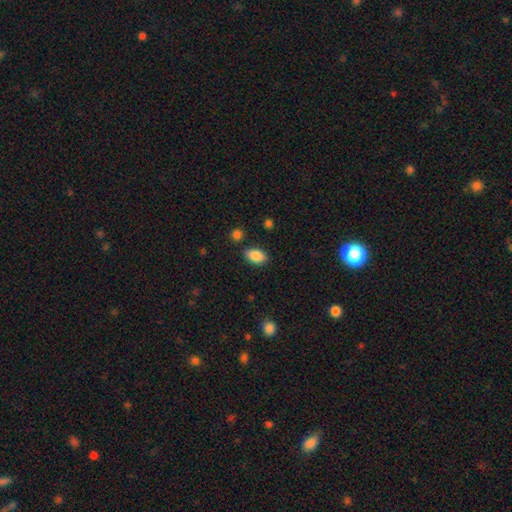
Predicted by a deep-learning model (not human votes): Smooth or featured?
  - smooth: 87% *
  - star or artifact: 8%
  - featured or disk: 5%
How rounded?
  - in between: 90% *
  - round: 9%
  - cigar-shaped: 2%
Merging?
  - none: 81% *
  - minor disturbance: 12%
  - merger: 3%
  - major disturbance: 3%